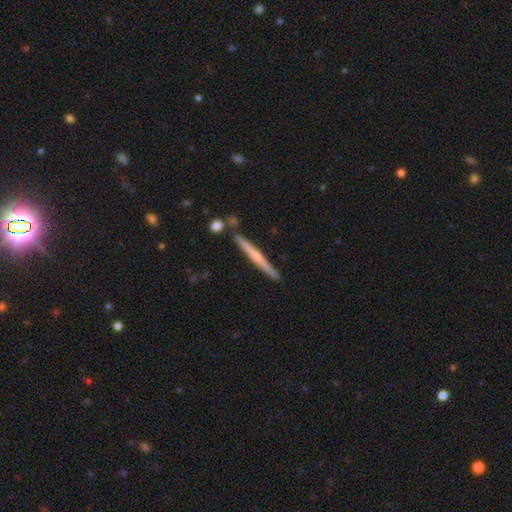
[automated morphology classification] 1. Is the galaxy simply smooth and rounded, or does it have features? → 56% featured or disk, 38% smooth, 6% star or artifact.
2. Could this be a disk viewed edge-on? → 98% yes, 2% no.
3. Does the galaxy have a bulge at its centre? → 55% none, 37% rounded, 8% boxy.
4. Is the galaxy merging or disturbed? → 86% none, 8% minor disturbance, 4% merger, 2% major disturbance.